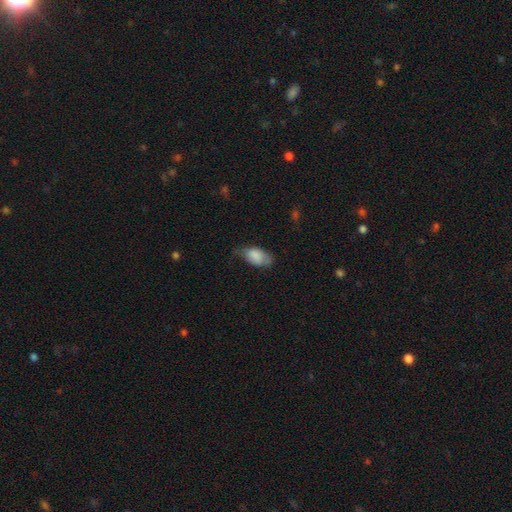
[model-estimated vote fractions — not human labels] A smooth galaxy with no disk features (81%) that is in between round and cigar-shaped (92%). Merging: none (45%).